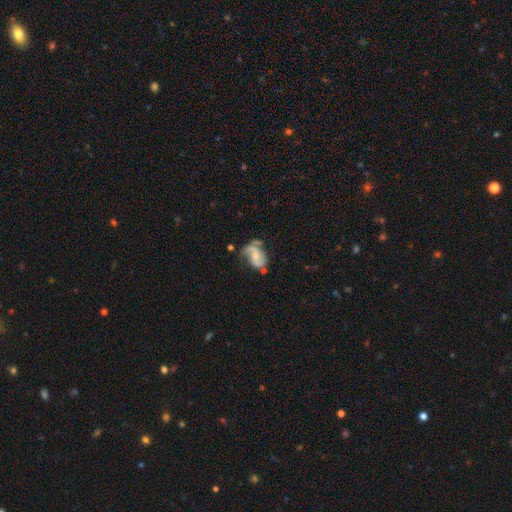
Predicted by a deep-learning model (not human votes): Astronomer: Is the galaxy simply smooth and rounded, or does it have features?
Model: featured or disk — 65%.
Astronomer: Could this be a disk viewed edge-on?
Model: no — 97%.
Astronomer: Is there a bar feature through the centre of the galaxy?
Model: no — 55% (runner-up: weak, 35%).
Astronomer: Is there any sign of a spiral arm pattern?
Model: yes — 83%.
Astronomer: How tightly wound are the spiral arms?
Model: loose — 43% (runner-up: medium, 38%).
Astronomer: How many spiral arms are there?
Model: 2 — 64%.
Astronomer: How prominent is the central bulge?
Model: small — 50% (runner-up: moderate, 39%).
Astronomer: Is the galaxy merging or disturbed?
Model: none — 35% (runner-up: minor disturbance, 29%).